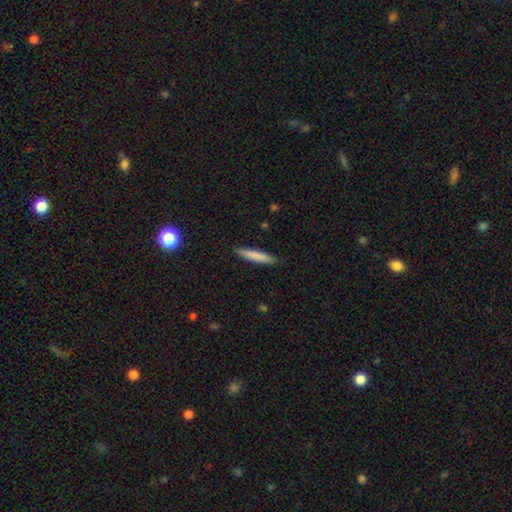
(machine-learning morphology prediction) Overall: smooth (82%). How rounded: cigar-shaped (92%). Merging: none (90%).